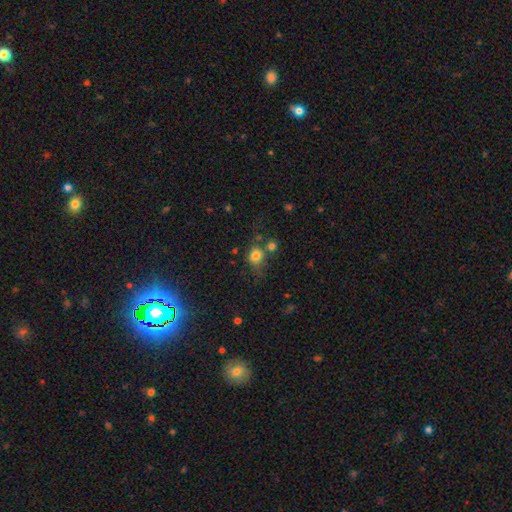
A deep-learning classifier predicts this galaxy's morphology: Smooth or featured: smooth — 78% (star or artifact — 13%)
How rounded: round — 68% (in between — 31%)
Merging: none — 55% (merger — 19%)